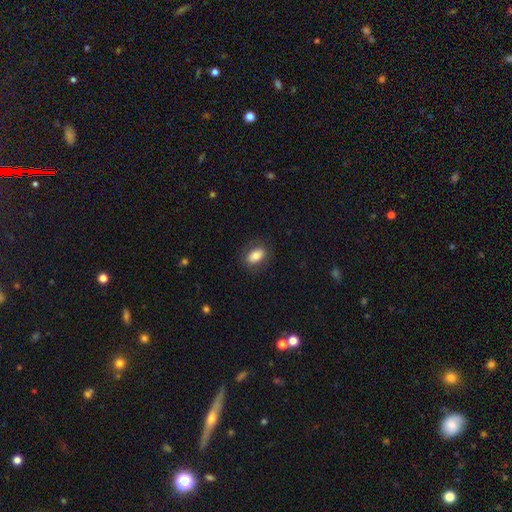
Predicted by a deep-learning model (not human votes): Smooth or featured: smooth — 80% (featured or disk — 12%)
How rounded: in between — 87% (round — 10%)
Merging: none — 84% (minor disturbance — 11%)